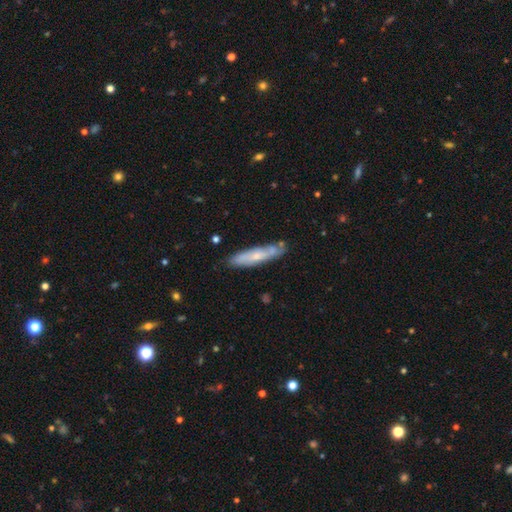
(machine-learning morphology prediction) Smooth or featured? smooth (47%, tied with featured or disk)
Merging? none (74%)